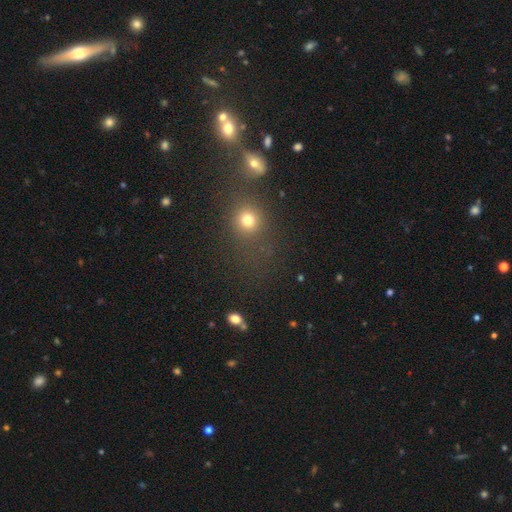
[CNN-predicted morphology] Smooth or featured? Predicted: smooth (p=0.48). Merging? Predicted: none (p=0.65).